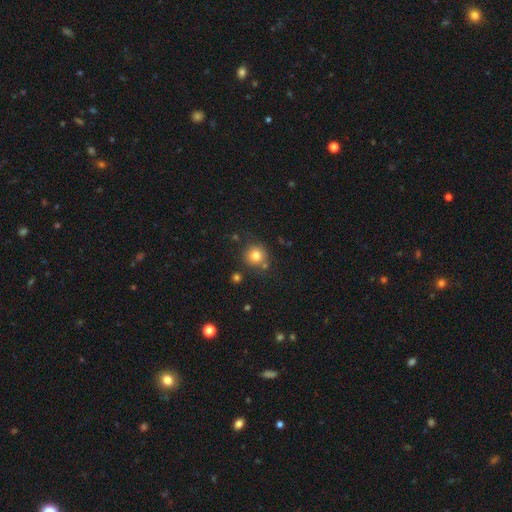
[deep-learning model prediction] smooth 79%, star or artifact 12%, featured or disk 8%. Down the decision tree: how rounded — round (90%); merging — none (76%).